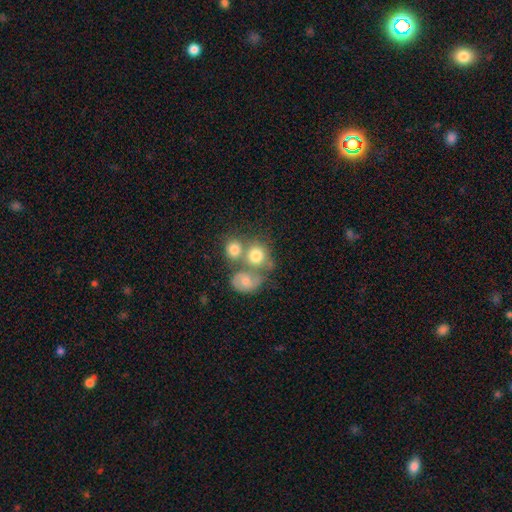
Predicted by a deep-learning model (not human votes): Smooth or featured: smooth — 71% (featured or disk — 19%)
How rounded: round — 73% (in between — 26%)
Merging: merger — 50% (none — 34%)